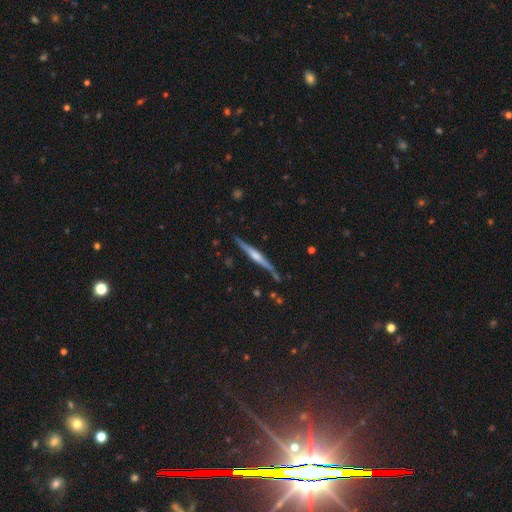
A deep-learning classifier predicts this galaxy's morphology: Smooth or featured? Predicted: featured or disk (p=0.74). Edge-on disk? Predicted: yes (p=0.98). Edge-on bulge? Predicted: rounded (p=0.68). Merging? Predicted: none (p=0.85).